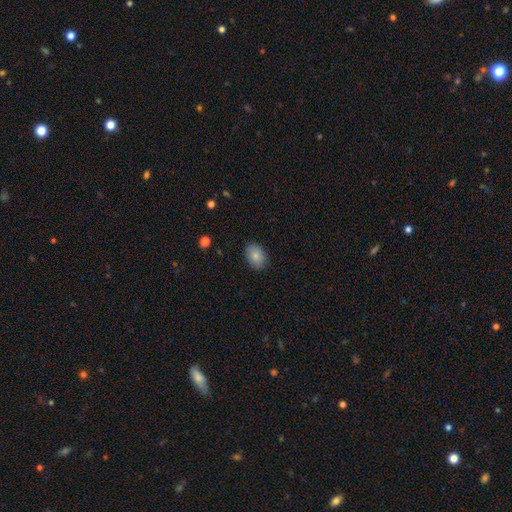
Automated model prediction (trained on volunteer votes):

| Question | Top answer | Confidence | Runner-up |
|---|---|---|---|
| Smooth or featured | smooth | 83% | featured or disk (9%) |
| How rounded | in between | 79% | round (20%) |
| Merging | none | 87% | minor disturbance (10%) |